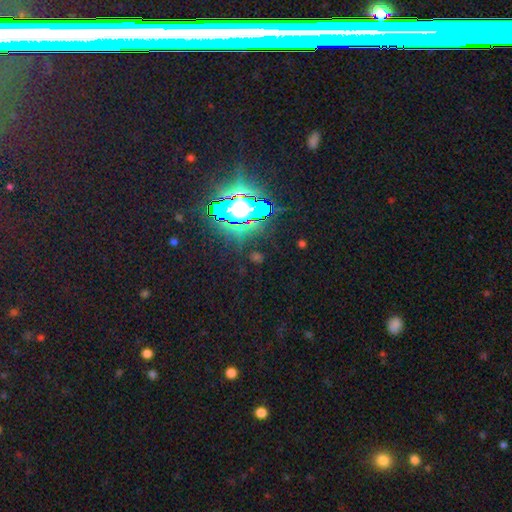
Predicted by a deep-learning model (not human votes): A star or artifact, not a galaxy (78%).